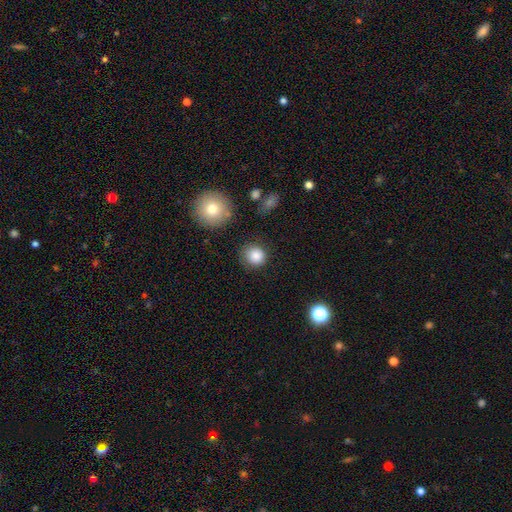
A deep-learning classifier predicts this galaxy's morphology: Smooth or featured: smooth — 85% (star or artifact — 10%)
How rounded: round — 89% (in between — 10%)
Merging: none — 82% (minor disturbance — 11%)